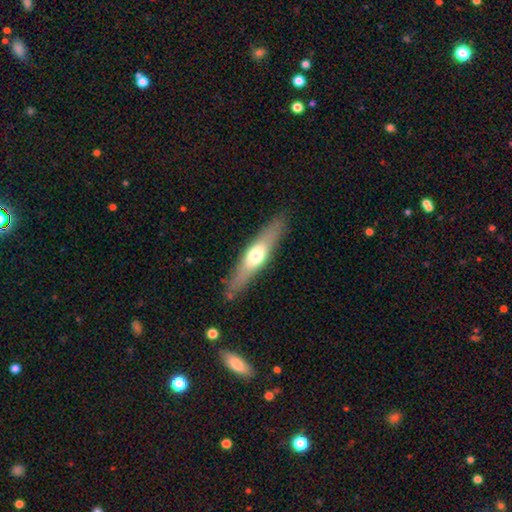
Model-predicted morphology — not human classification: This is possibly a featured or disk galaxy (49%). Merging: clearly none (85%).